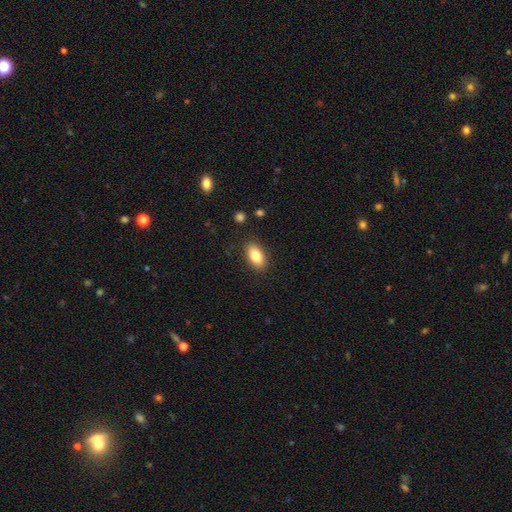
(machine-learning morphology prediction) Q: Smooth or featured?
A: smooth (83%); runner-up: featured or disk (10%)
Q: How rounded?
A: in between (90%); runner-up: cigar-shaped (5%)
Q: Merging?
A: none (87%); runner-up: minor disturbance (9%)